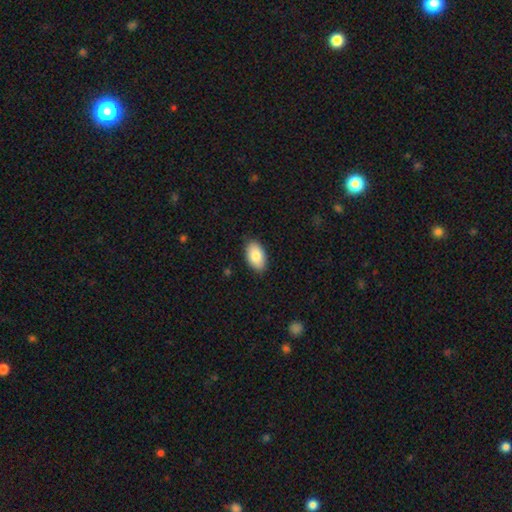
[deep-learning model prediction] A smooth galaxy with no disk features (84%) that is in between round and cigar-shaped (94%).

Vote fractions:
- Smooth or featured? smooth: 84% / featured or disk: 9% / star or artifact: 6%
- How rounded? in between: 94% / round: 4% / cigar-shaped: 2%
- Merging? none: 87% / minor disturbance: 10% / major disturbance: 2% / merger: 1%